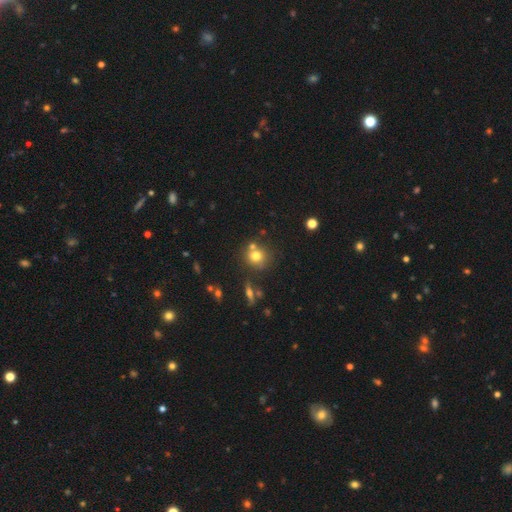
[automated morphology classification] This is likely a smooth galaxy (73%). How rounded: clearly round (86%). Merging: likely none (64%).